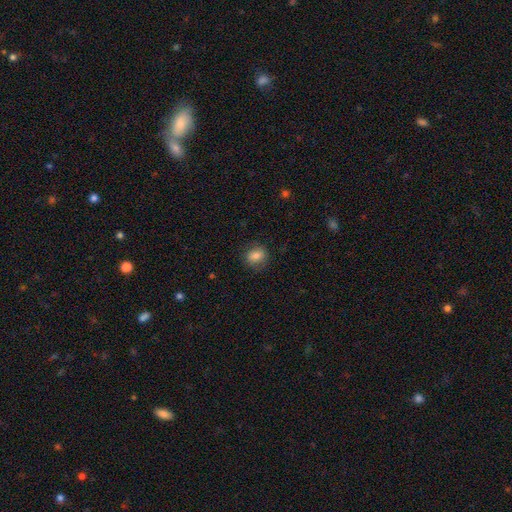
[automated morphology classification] type=smooth (80%); roundness=round (59%); merging=none (81%).